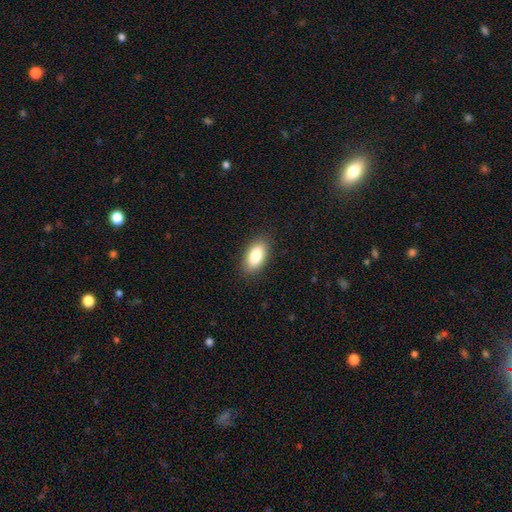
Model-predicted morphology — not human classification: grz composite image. It shows a smooth galaxy with no disk features (86%) that is in between round and cigar-shaped (93%). Merging: none (88%).